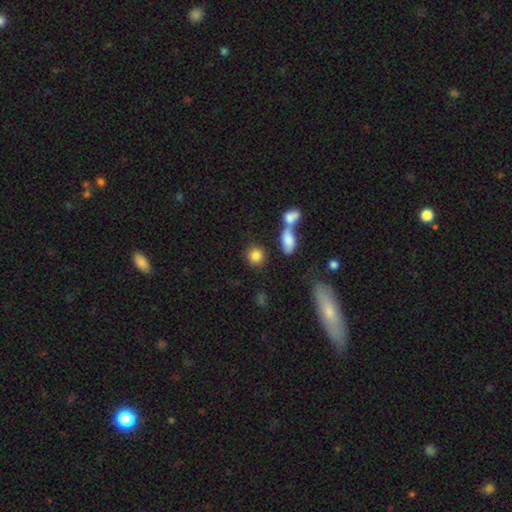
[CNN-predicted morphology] Q: Smooth or featured?
A: smooth (84%); runner-up: star or artifact (9%)
Q: How rounded?
A: round (79%); runner-up: in between (19%)
Q: Merging?
A: none (70%); runner-up: merger (16%)